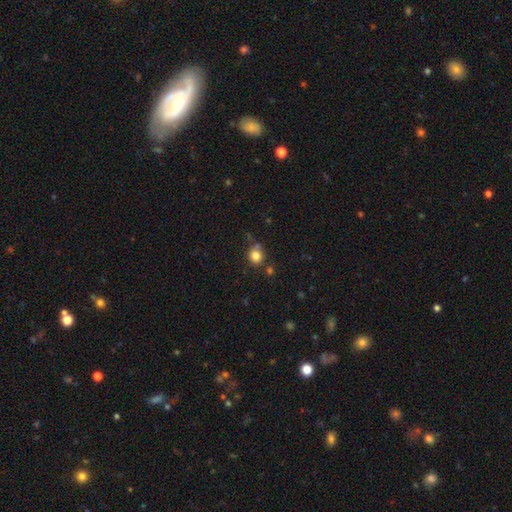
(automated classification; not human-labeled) Smooth or featured?
  - smooth: 82% *
  - star or artifact: 12%
  - featured or disk: 6%
How rounded?
  - round: 84% *
  - in between: 15%
  - cigar-shaped: 1%
Merging?
  - none: 68% *
  - minor disturbance: 15%
  - merger: 13%
  - major disturbance: 4%